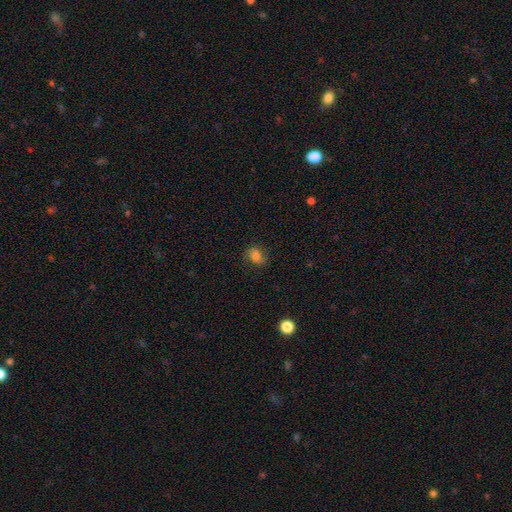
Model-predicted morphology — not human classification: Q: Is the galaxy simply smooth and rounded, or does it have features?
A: smooth — 69%.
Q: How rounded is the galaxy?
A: in between — 67%.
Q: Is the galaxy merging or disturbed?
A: none — 74%.